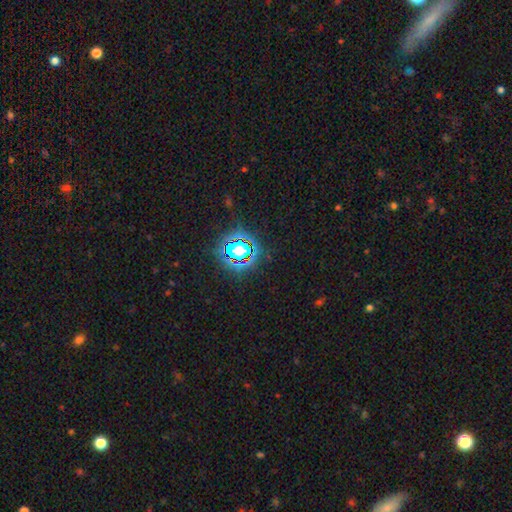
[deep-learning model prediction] This is clearly a star or artifact rather than a galaxy (81%).